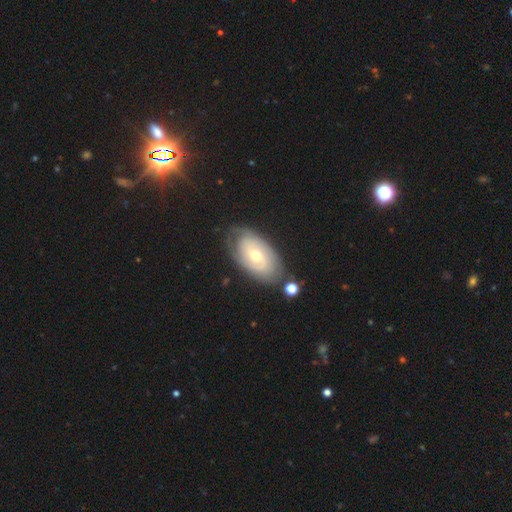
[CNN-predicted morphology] featured or disk 70%, smooth 24%, star or artifact 6%. Down the decision tree: edge-on disk — no (94%); bar — no (74%); spiral arms — yes (77%); spiral arm count — can't tell (43%); spiral winding — tight (69%); bulge size — moderate (60%); merging — none (71%).